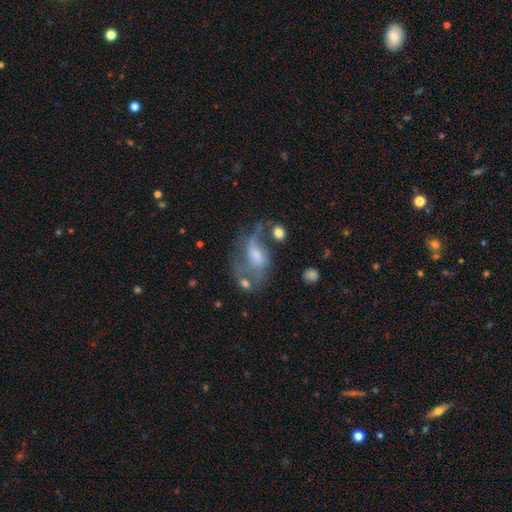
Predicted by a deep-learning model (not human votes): Q: Smooth or featured?
A: featured or disk (61%); runner-up: smooth (28%)
Q: Edge-on disk?
A: no (96%); runner-up: yes (4%)
Q: Bar?
A: no (50%); runner-up: weak (39%)
Q: Spiral arms?
A: yes (70%); runner-up: no (30%)
Q: Bulge size?
A: small (40%); runner-up: moderate (35%)
Q: Merging?
A: major disturbance (37%); runner-up: none (31%)